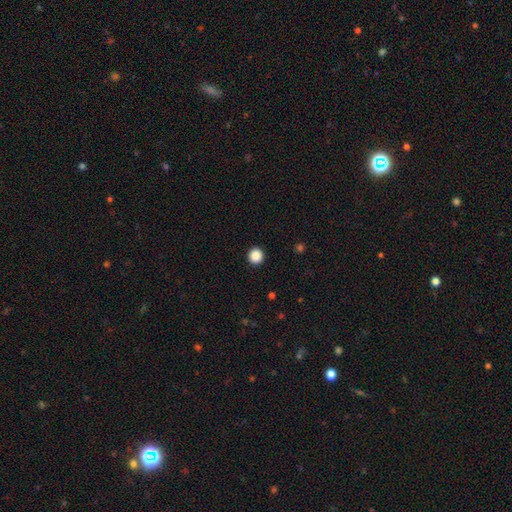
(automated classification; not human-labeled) Morphology: type=smooth (87%); roundness=round (95%); merging=none (93%).